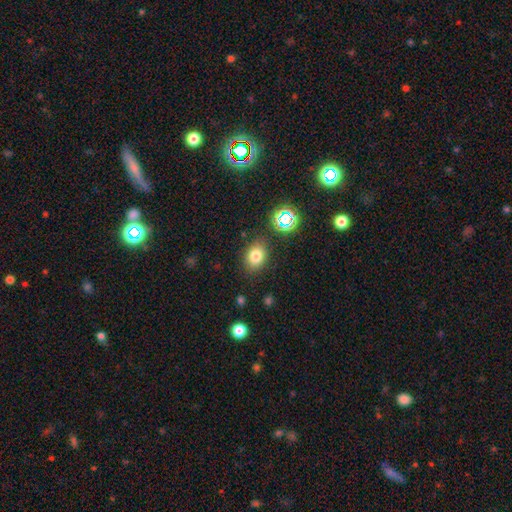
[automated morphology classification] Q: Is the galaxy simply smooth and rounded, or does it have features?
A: smooth — 77%.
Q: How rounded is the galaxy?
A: in between — 63%.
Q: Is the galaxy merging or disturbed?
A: none — 82%.